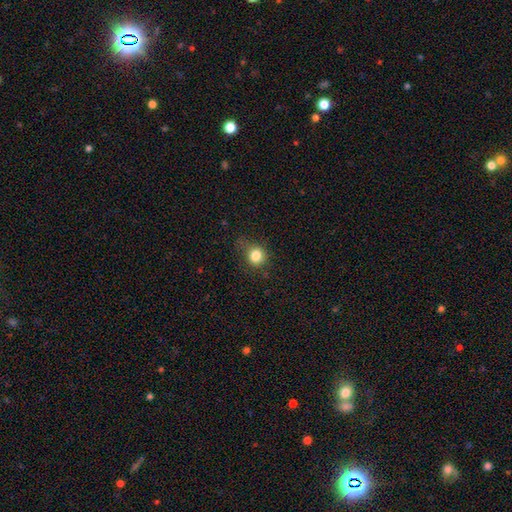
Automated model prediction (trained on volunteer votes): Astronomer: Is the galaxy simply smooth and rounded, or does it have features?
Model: smooth — 82%.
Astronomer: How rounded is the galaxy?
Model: round — 82%.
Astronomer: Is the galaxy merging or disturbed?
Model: none — 66%.